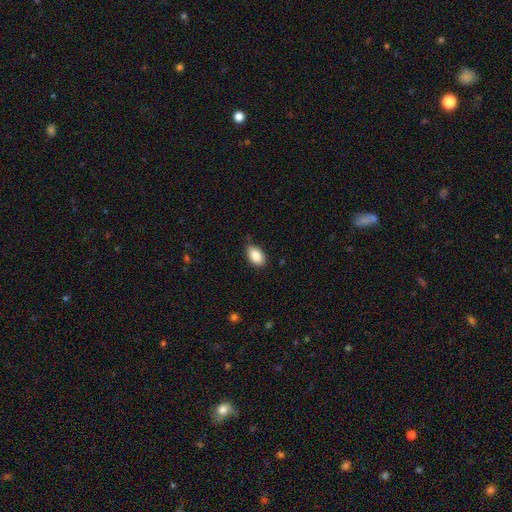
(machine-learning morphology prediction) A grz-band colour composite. It shows a smooth galaxy with no disk features (88%) that is in between round and cigar-shaped (92%). Merging: none (81%).